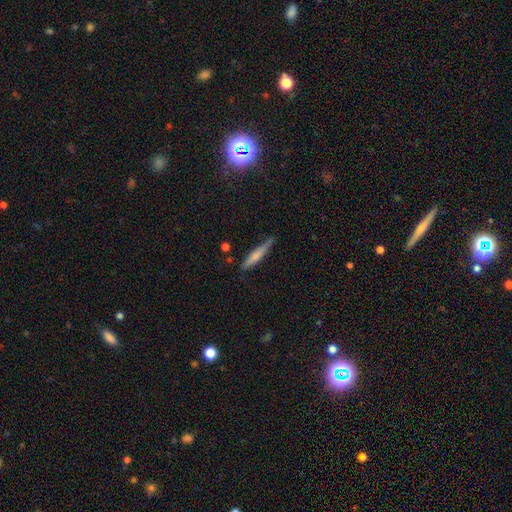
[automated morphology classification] A smooth galaxy with no disk features (67%) that is cigar-shaped (89%). Merging: none (69%).